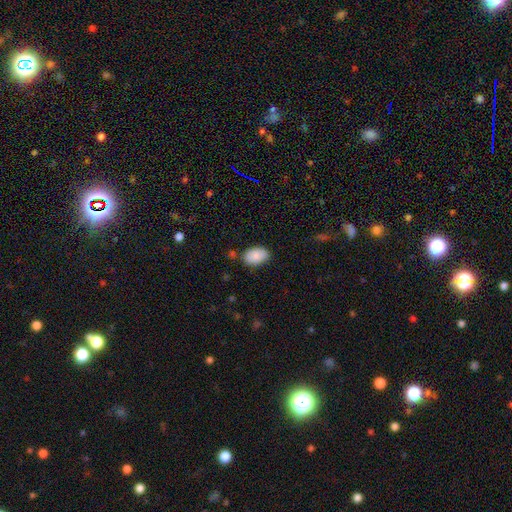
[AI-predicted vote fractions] Smooth or featured?
  - smooth: 88% *
  - star or artifact: 7%
  - featured or disk: 5%
How rounded?
  - in between: 91% *
  - round: 8%
  - cigar-shaped: 1%
Merging?
  - none: 79% *
  - minor disturbance: 15%
  - major disturbance: 3%
  - merger: 2%